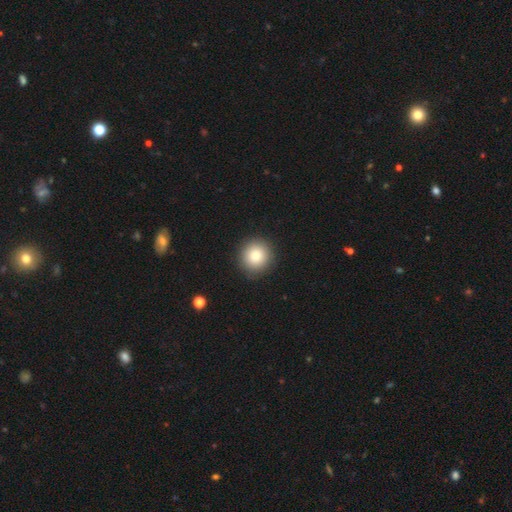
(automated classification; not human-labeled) Smooth or featured? smooth (85%)
How rounded? round (91%)
Merging? none (90%)